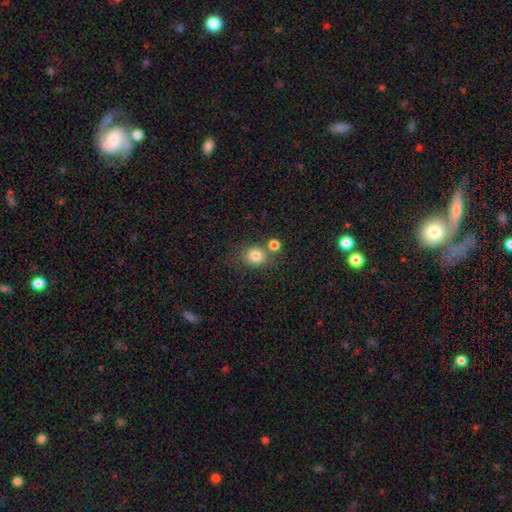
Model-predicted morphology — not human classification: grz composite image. It shows a smooth galaxy with no disk features (81%) that is round (77%). Merging: none (66%).